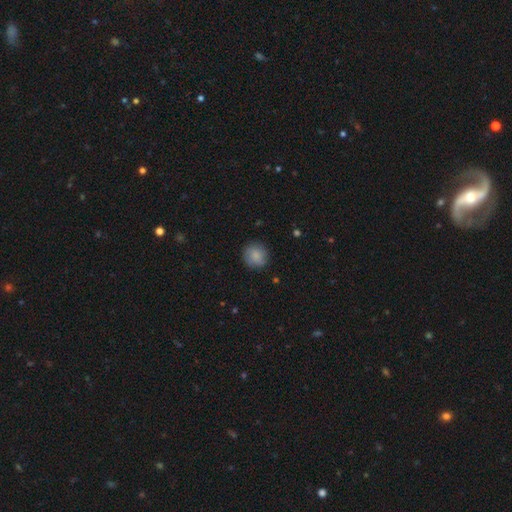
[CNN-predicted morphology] smooth 85%, star or artifact 8%, featured or disk 7%. Down the decision tree: how rounded — round (92%); merging — none (88%).